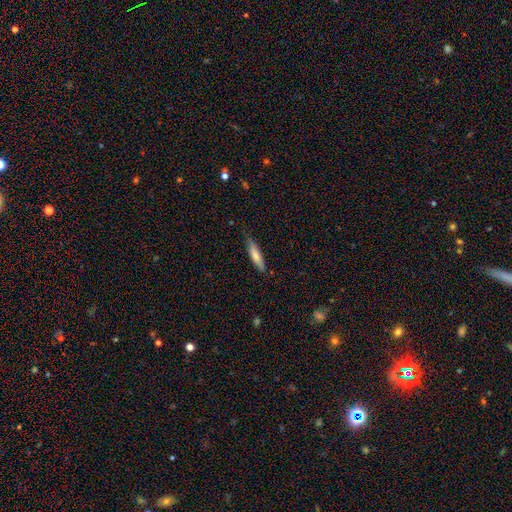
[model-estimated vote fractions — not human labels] This is likely a smooth galaxy (71%). How rounded: likely cigar-shaped (77%). Merging: likely none (72%).